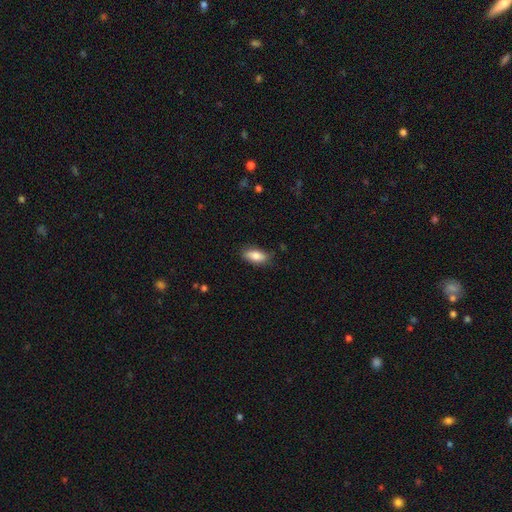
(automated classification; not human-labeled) smooth 81%, featured or disk 12%, star or artifact 7%. Down the decision tree: how rounded — in between (82%); merging — none (81%).